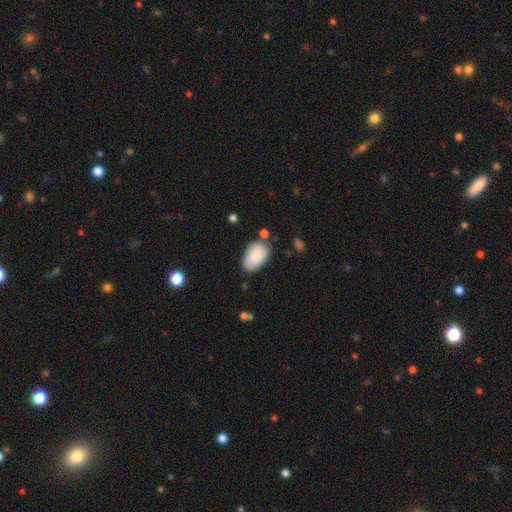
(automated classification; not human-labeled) This appears to be a smooth galaxy with no disk features (87%) that is in between round and cigar-shaped (94%). Merging: none (72%).